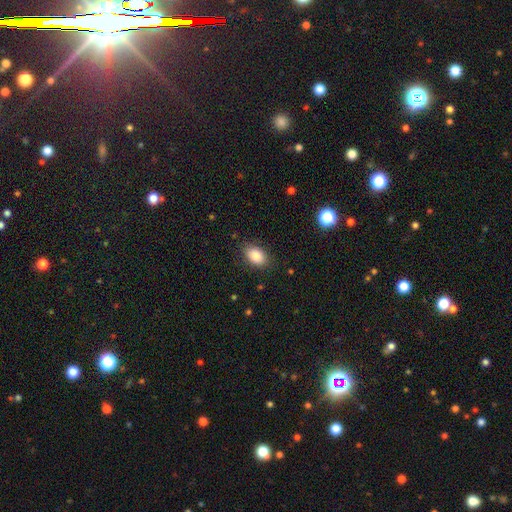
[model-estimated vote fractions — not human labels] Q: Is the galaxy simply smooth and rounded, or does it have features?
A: smooth — 87%.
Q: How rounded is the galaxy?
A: in between — 87%.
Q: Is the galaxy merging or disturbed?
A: none — 84%.